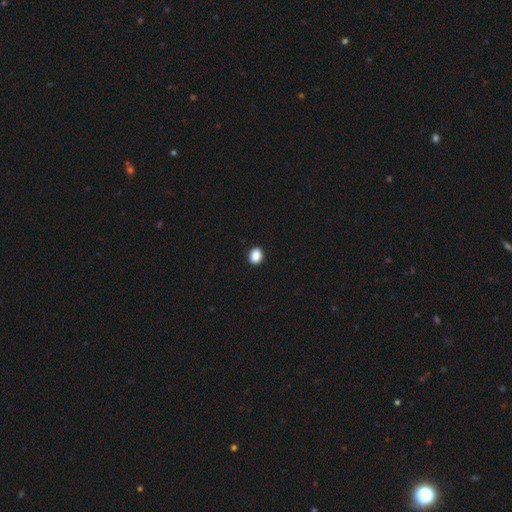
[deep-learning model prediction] smooth 89%, star or artifact 9%, featured or disk 2%. Down the decision tree: how rounded — round (58%); merging — none (92%).